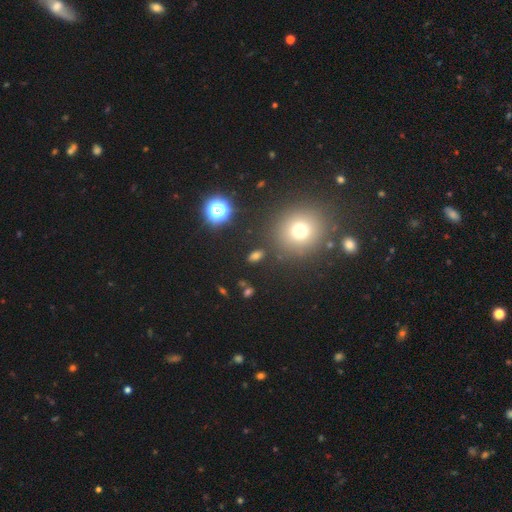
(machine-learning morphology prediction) The model was most divided on "how rounded": in between: 65%, round: 29%, cigar-shaped: 7%. More confident: merging — none (85%); smooth or featured — smooth (65%).